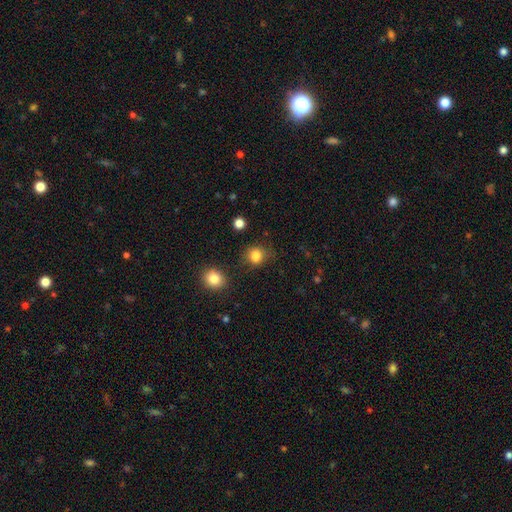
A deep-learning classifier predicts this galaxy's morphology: This appears to be a smooth galaxy with no disk features (82%) that is round (75%). Merging: none (72%).